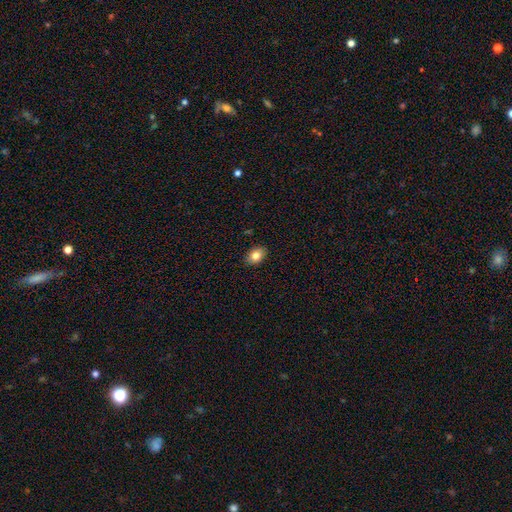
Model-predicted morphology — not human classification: A smooth galaxy with no disk features (84%) that is in between round and cigar-shaped (73%). Merging: none (89%).